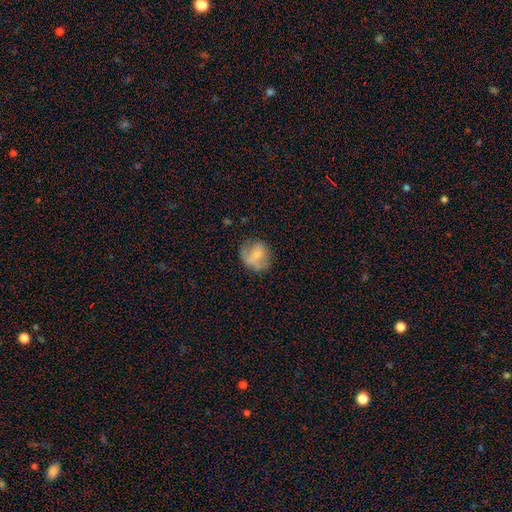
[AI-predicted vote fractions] smooth 58%, featured or disk 33%, star or artifact 9%. Down the decision tree: how rounded — round (75%); merging — none (60%).